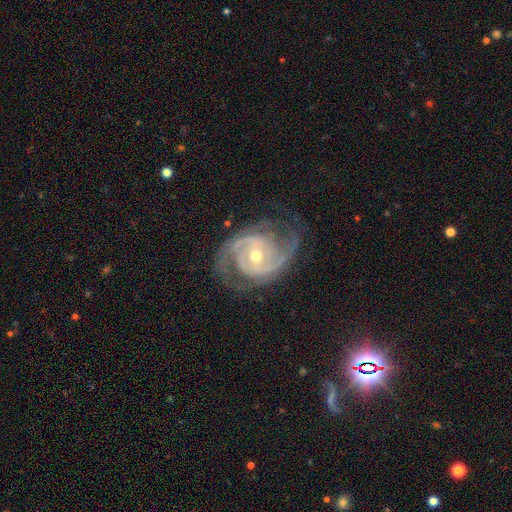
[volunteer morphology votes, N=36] Smooth or featured? 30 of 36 (83%) said featured or disk. Edge-on disk? 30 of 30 (100%) said no. Bar? 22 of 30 (73%) said no. Spiral arms? 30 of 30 (100%) said yes. Spiral winding? 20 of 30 (67%) said tight. Spiral arm count? 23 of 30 (77%) said 2. Bulge size? 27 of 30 (90%) said moderate. Merging? 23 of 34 (68%) said none.